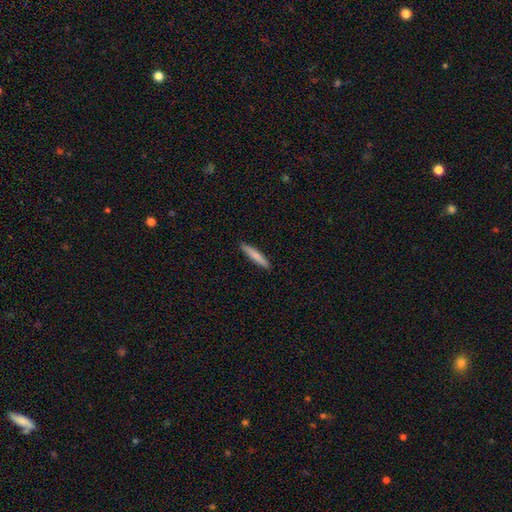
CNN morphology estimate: smooth 77%, featured or disk 17%, star or artifact 5%. Down the decision tree: how rounded — cigar-shaped (93%); merging — none (92%).